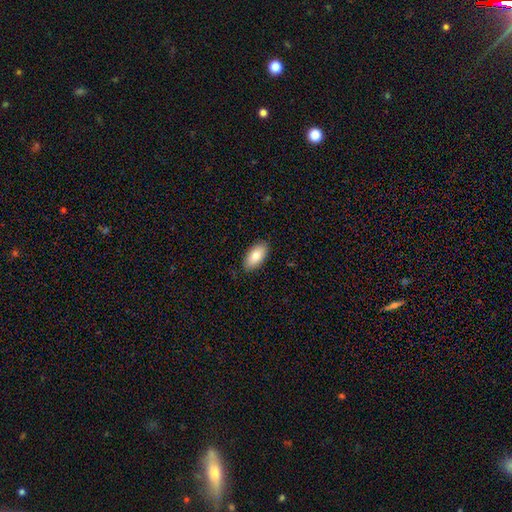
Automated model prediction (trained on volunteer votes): smooth 80%, featured or disk 13%, star or artifact 7%. Down the decision tree: how rounded — in between (93%); merging — none (87%).